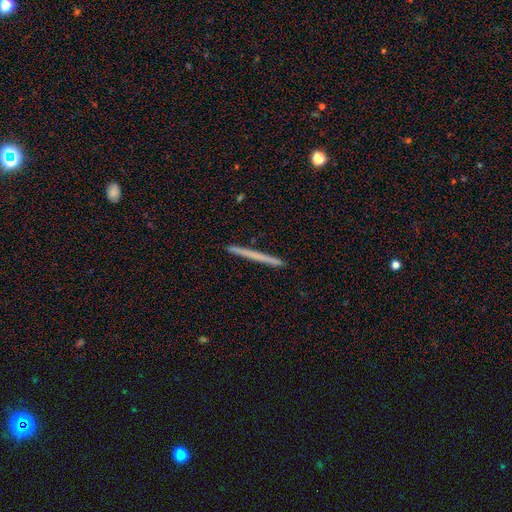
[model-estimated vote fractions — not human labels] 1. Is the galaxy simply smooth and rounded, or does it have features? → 52% smooth, 42% featured or disk, 6% star or artifact.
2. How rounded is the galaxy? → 97% cigar-shaped, 1% in between, 1% round.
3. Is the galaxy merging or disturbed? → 93% none, 5% minor disturbance, 1% merger, 1% major disturbance.